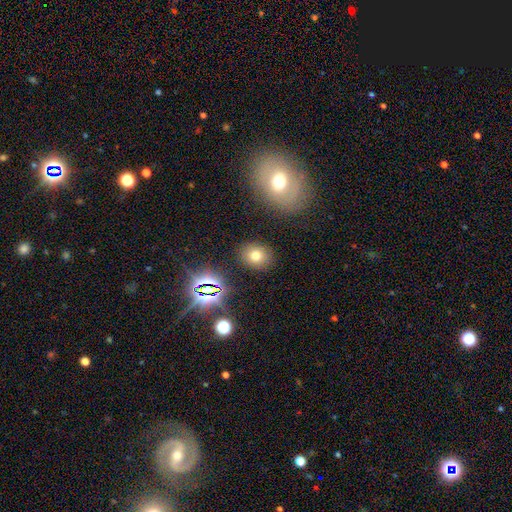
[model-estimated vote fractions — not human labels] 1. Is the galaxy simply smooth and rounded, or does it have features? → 72% smooth, 17% star or artifact, 11% featured or disk.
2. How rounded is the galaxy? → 57% round, 42% in between, 1% cigar-shaped.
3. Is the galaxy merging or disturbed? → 86% none, 9% minor disturbance, 3% major disturbance, 2% merger.